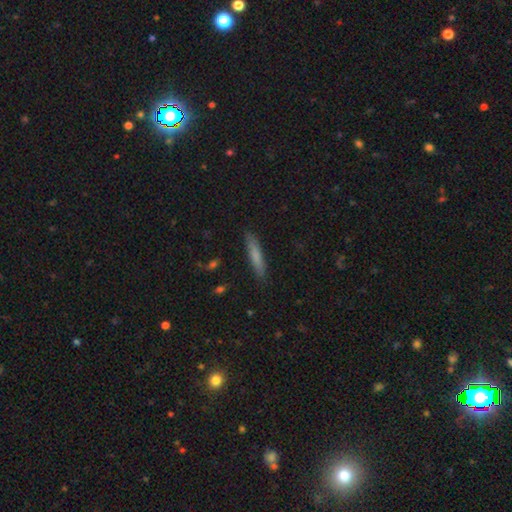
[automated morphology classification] smooth_or_featured: smooth (p=0.75) [alt: featured or disk p=0.18]
how_rounded: cigar-shaped (p=0.90) [alt: in between p=0.08]
merging: none (p=0.88) [alt: minor disturbance p=0.09]